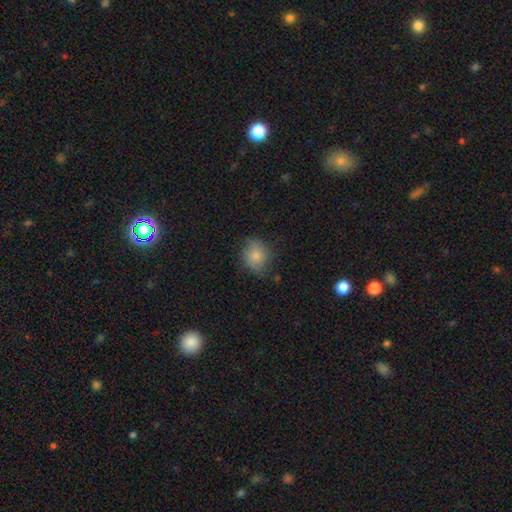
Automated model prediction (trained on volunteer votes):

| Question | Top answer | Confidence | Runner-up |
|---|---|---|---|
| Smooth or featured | smooth | 81% | featured or disk (10%) |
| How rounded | round | 77% | in between (22%) |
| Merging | none | 72% | minor disturbance (21%) |